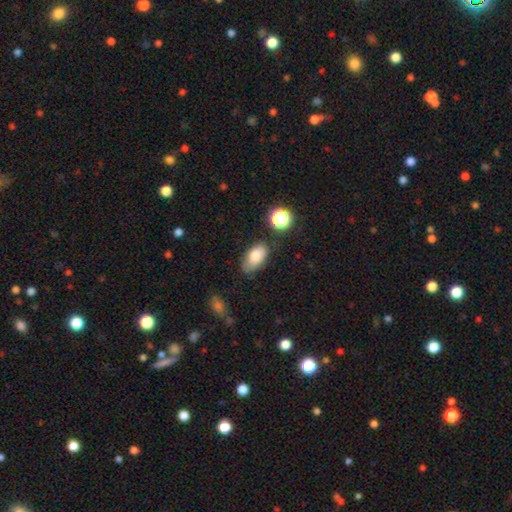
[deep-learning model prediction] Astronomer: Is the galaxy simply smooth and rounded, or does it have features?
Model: smooth — 80%.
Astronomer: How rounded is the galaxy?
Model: in between — 91%.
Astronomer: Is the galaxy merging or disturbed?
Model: none — 65%.